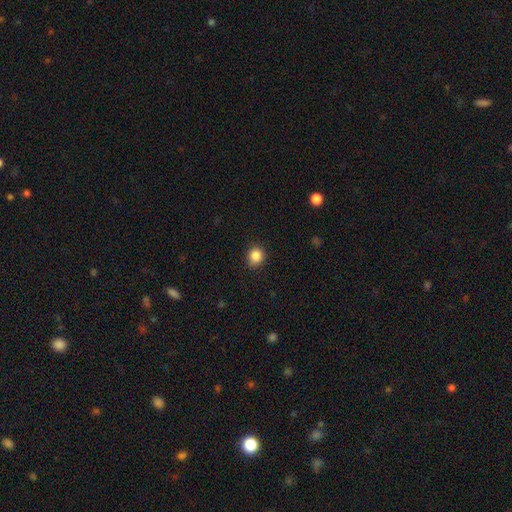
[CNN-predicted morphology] Q: Smooth or featured?
A: smooth (86%); runner-up: star or artifact (10%)
Q: How rounded?
A: round (78%); runner-up: in between (21%)
Q: Merging?
A: none (87%); runner-up: minor disturbance (10%)